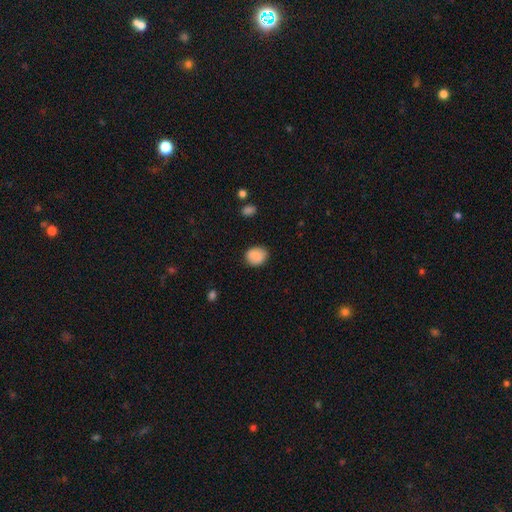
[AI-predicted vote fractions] smooth_or_featured: smooth (p=0.87) [alt: star or artifact p=0.08]
how_rounded: round (p=0.59) [alt: in between p=0.40]
merging: none (p=0.83) [alt: minor disturbance p=0.13]